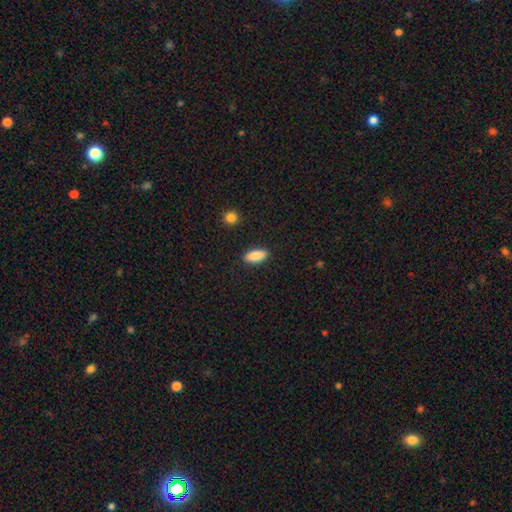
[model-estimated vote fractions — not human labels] smooth-or-featured: smooth: 86% | featured or disk: 7% | star or artifact: 6%
  how-rounded: in between: 78% | cigar-shaped: 20% | round: 3%
  merging: none: 89% | minor disturbance: 8% | major disturbance: 2% | merger: 1%